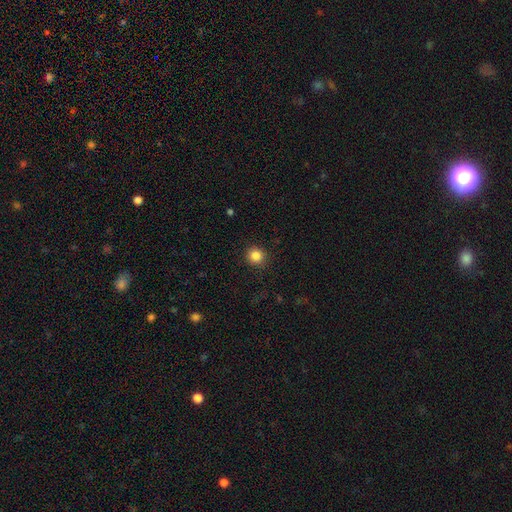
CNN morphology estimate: smooth-or-featured: smooth: 84% | star or artifact: 11% | featured or disk: 4%
  how-rounded: round: 92% | in between: 7% | cigar-shaped: 1%
  merging: none: 91% | minor disturbance: 6% | major disturbance: 2% | merger: 1%